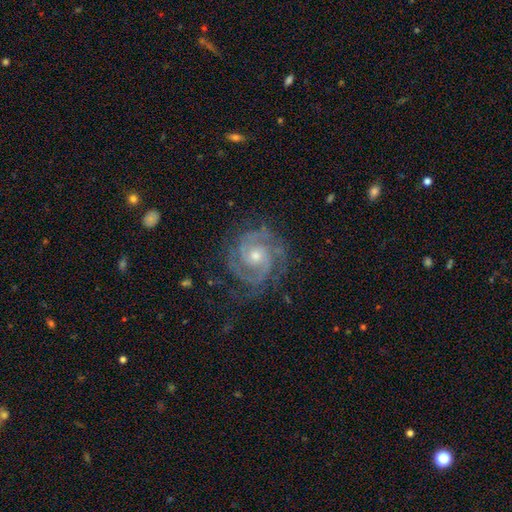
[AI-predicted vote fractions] smooth-or-featured: featured or disk: 91% | star or artifact: 5% | smooth: 4%
  disk-edge-on: no: 98% | yes: 2%
    bar: no: 70% | weak: 24% | strong: 6%
    has-spiral-arms: yes: 98% | no: 2%
      spiral-winding: tight: 67% | medium: 29% | loose: 4%
      spiral-arm-count: 2: 52% | 3: 24% | can't tell: 10% | 4: 6% | 1: 4% | more than 4: 4%
    bulge-size: moderate: 49% | small: 48% | large: 2% | none: 1% | dominant: 1%
  merging: none: 76% | minor disturbance: 16% | major disturbance: 7% | merger: 1%